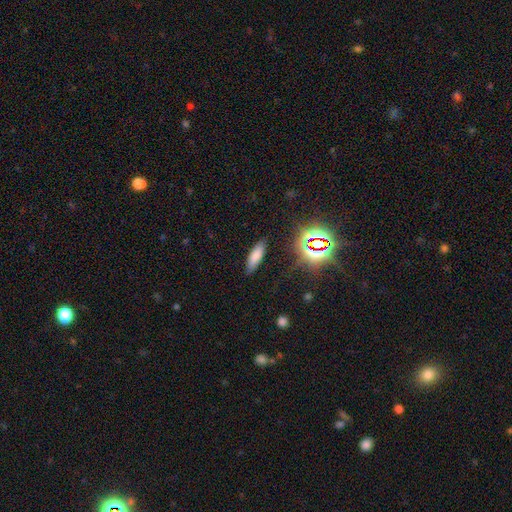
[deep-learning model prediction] smooth_or_featured: smooth (p=0.75) [alt: star or artifact p=0.16]
how_rounded: in between (p=0.50) [alt: cigar-shaped p=0.47]
merging: none (p=0.85) [alt: minor disturbance p=0.10]